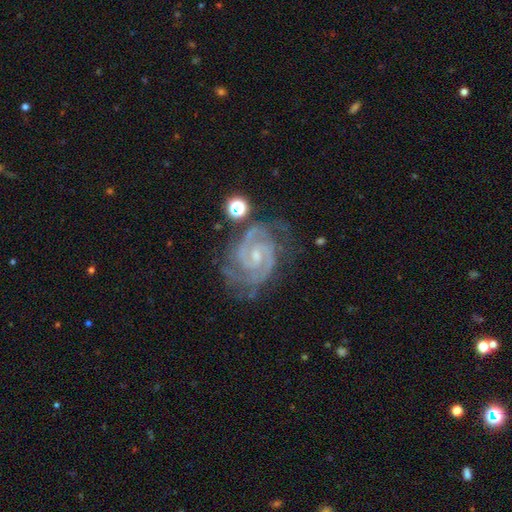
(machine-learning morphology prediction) Q: Smooth or featured?
A: featured or disk (92%); runner-up: star or artifact (5%)
Q: Edge-on disk?
A: no (98%); runner-up: yes (2%)
Q: Bar?
A: weak (47%); runner-up: no (38%)
Q: Spiral arms?
A: yes (99%); runner-up: no (1%)
Q: Spiral winding?
A: tight (65%); runner-up: medium (31%)
Q: Spiral arm count?
A: 2 (80%); runner-up: 3 (10%)
Q: Bulge size?
A: small (65%); runner-up: moderate (26%)
Q: Merging?
A: none (70%); runner-up: minor disturbance (20%)